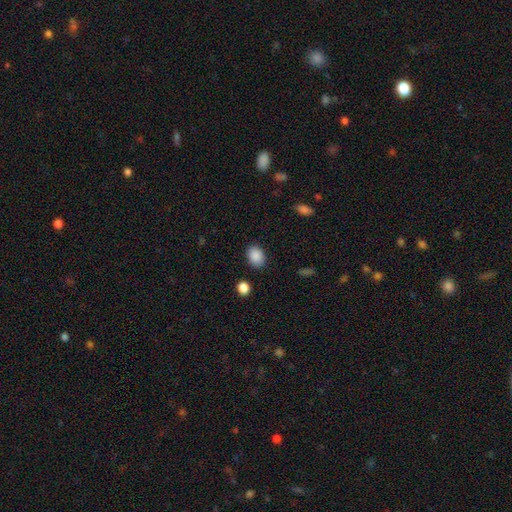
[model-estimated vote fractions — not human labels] This appears to be a smooth galaxy with no disk features (89%) that is in between round and cigar-shaped (67%). Merging: none (85%).